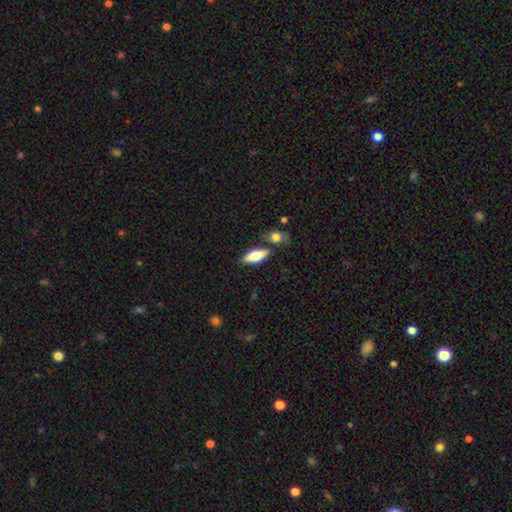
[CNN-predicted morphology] smooth-or-featured: smooth: 62% | featured or disk: 31% | star or artifact: 6%
  how-rounded: in between: 70% | cigar-shaped: 27% | round: 3%
  merging: none: 71% | minor disturbance: 13% | merger: 12% | major disturbance: 4%